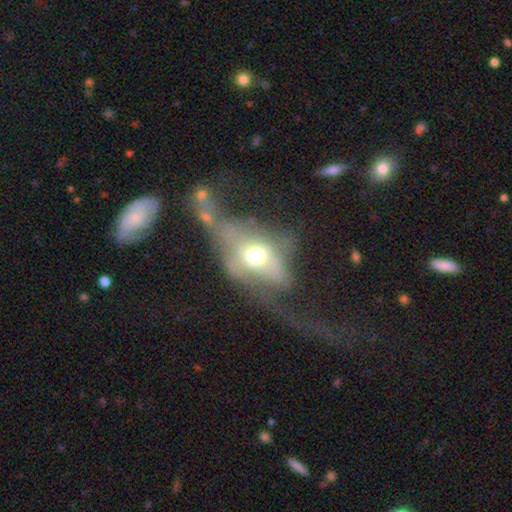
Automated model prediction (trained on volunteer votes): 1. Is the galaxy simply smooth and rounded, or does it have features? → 56% featured or disk, 35% smooth, 9% star or artifact.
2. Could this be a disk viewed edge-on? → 76% no, 24% yes.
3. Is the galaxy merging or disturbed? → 56% major disturbance, 16% none, 15% merger, 13% minor disturbance.